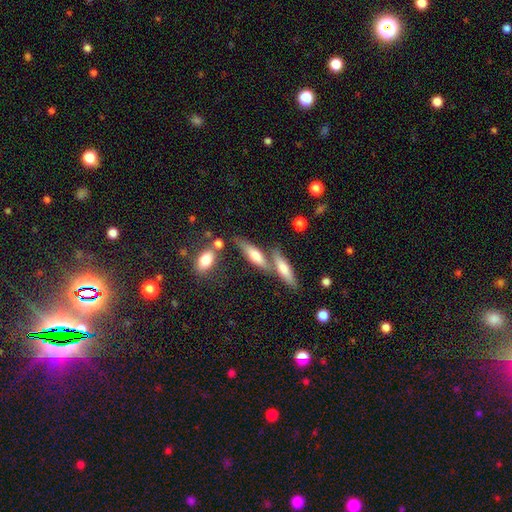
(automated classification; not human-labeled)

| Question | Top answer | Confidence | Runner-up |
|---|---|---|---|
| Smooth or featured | smooth | 51% | featured or disk (40%) |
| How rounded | cigar-shaped | 61% | in between (35%) |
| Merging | none | 53% | merger (31%) |